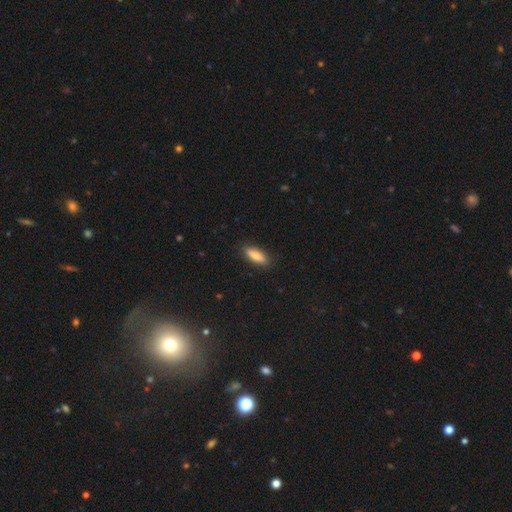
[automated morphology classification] smooth_or_featured: smooth (p=0.80) [alt: featured or disk p=0.13]
how_rounded: in between (p=0.58) [alt: cigar-shaped p=0.39]
merging: none (p=0.87) [alt: minor disturbance p=0.09]